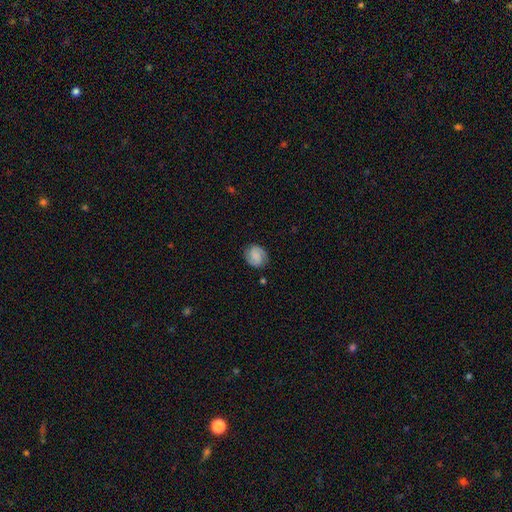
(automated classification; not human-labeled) Smooth or featured? Predicted: featured or disk (p=0.49). Merging? Predicted: none (p=0.82).